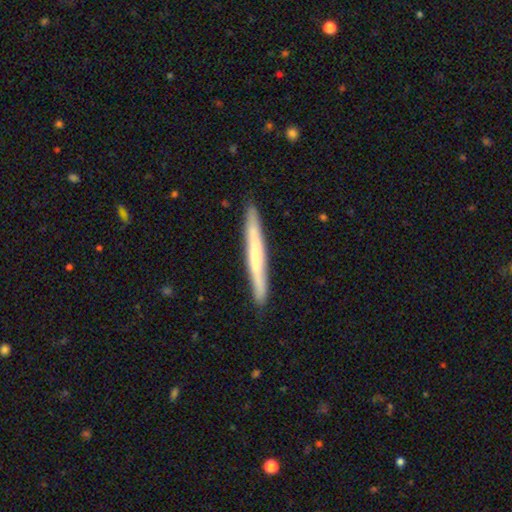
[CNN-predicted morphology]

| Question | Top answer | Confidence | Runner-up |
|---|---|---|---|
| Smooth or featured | smooth | 51% | featured or disk (44%) |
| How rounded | cigar-shaped | 97% | in between (2%) |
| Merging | none | 90% | minor disturbance (8%) |